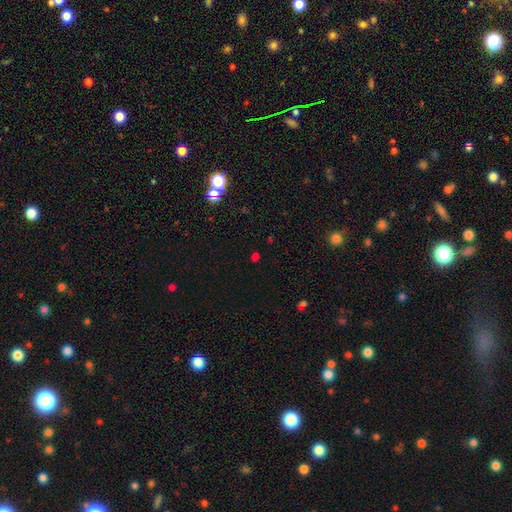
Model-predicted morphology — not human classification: A star or artifact, not a galaxy (50%).